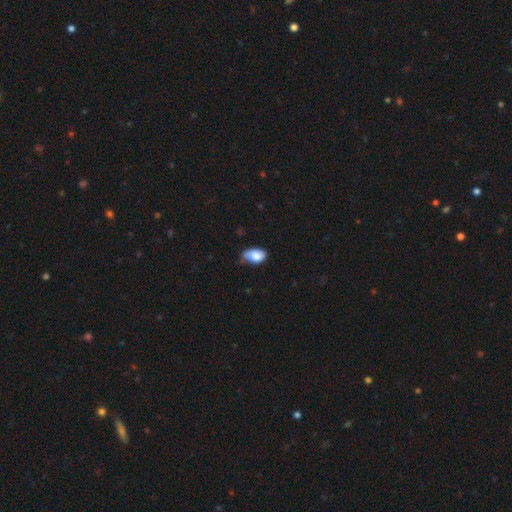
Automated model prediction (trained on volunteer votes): Q: Smooth or featured?
A: smooth (82%); runner-up: featured or disk (10%)
Q: How rounded?
A: in between (91%); runner-up: round (7%)
Q: Merging?
A: minor disturbance (47%); runner-up: none (39%)